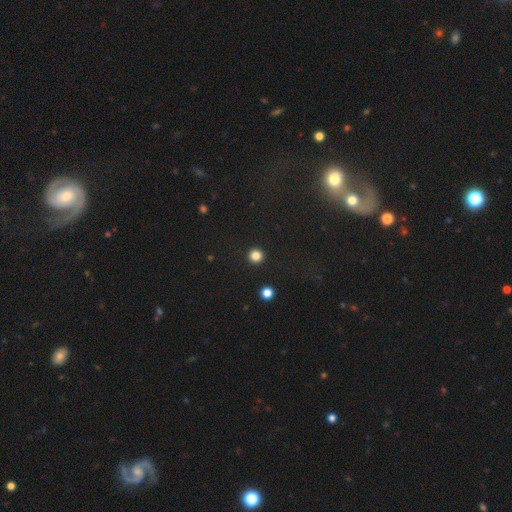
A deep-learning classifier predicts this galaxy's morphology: smooth_or_featured: smooth (p=0.84) [alt: star or artifact p=0.13]
how_rounded: round (p=0.95) [alt: in between p=0.04]
merging: none (p=0.93) [alt: minor disturbance p=0.04]